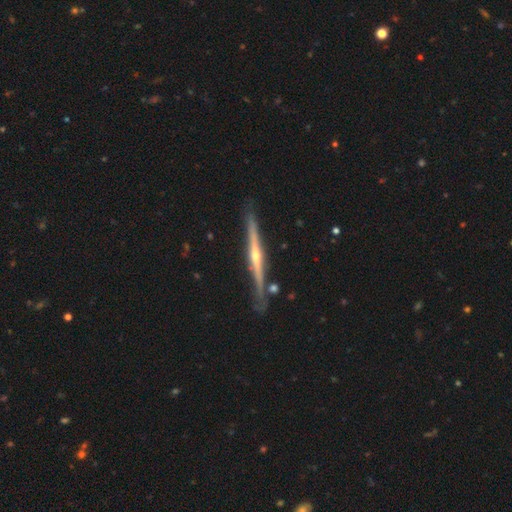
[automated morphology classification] This is clearly a featured or disk galaxy (83%). It is clearly viewed edge-on (97%). Edge-on bulge: clearly rounded (80%). Merging: clearly none (82%).